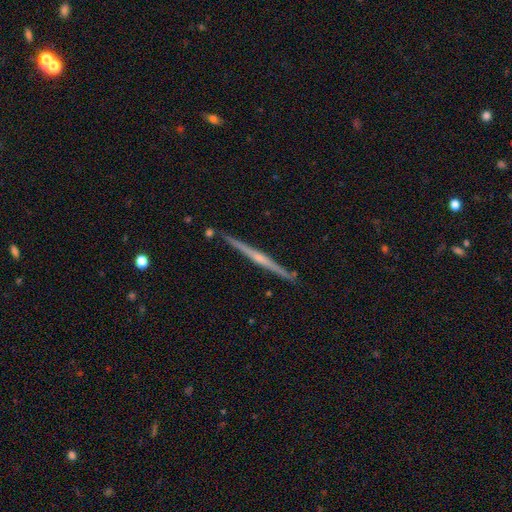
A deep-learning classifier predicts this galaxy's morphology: Overall: featured or disk (80%). Edge-on disk: yes (99%). Edge-on bulge: rounded (61%; none 30%). Merging: none (91%).